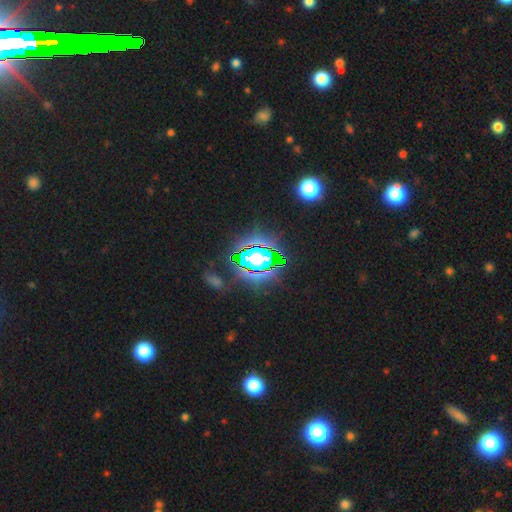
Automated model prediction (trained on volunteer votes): A star or artifact, not a galaxy (77%).